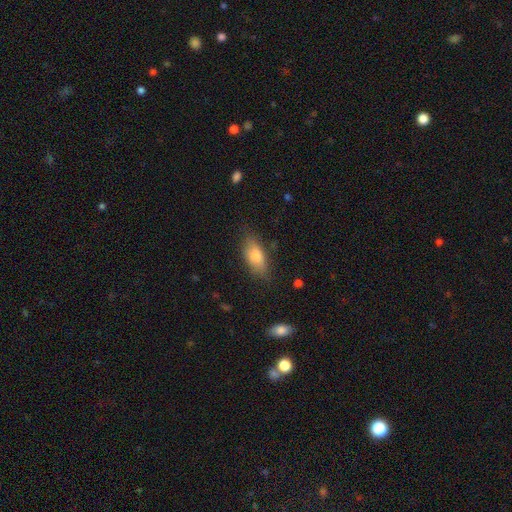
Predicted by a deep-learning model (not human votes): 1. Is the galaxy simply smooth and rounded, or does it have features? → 77% smooth, 15% featured or disk, 7% star or artifact.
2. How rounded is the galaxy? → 83% in between, 14% cigar-shaped, 4% round.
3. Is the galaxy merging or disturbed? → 76% none, 18% minor disturbance, 4% major disturbance, 2% merger.